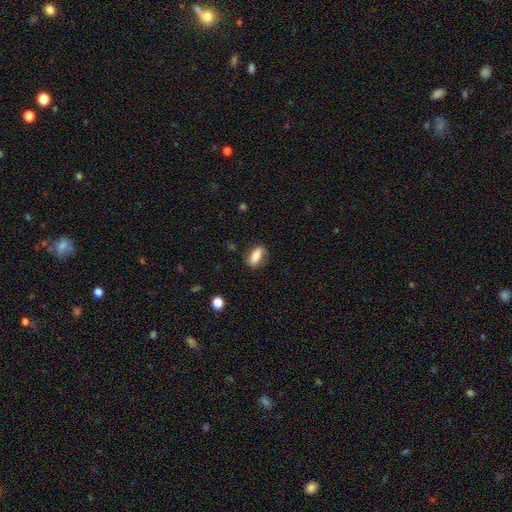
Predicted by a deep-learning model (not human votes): Smooth or featured: smooth — 64% (featured or disk — 28%)
How rounded: in between — 80% (cigar-shaped — 12%)
Merging: none — 75% (minor disturbance — 18%)